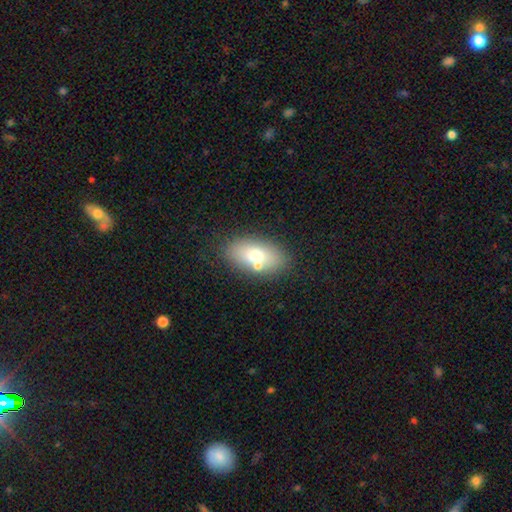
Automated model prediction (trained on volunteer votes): Overall: smooth (67%). How rounded: in between (86%). Merging: none (68%).